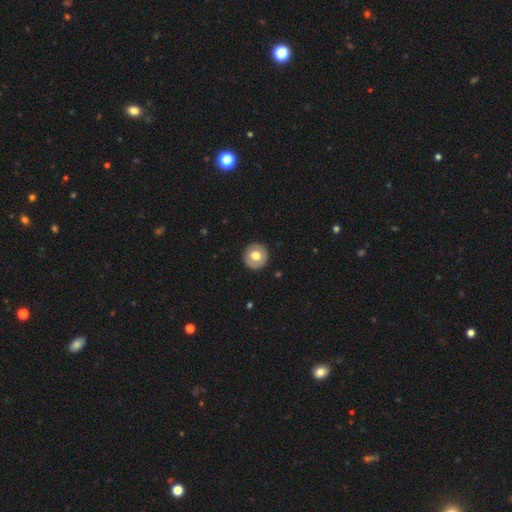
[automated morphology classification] Smooth or featured?
  - smooth: 62% *
  - featured or disk: 32%
  - star or artifact: 6%
How rounded?
  - round: 93% *
  - in between: 6%
  - cigar-shaped: 1%
Merging?
  - none: 90% *
  - minor disturbance: 7%
  - major disturbance: 2%
  - merger: 1%